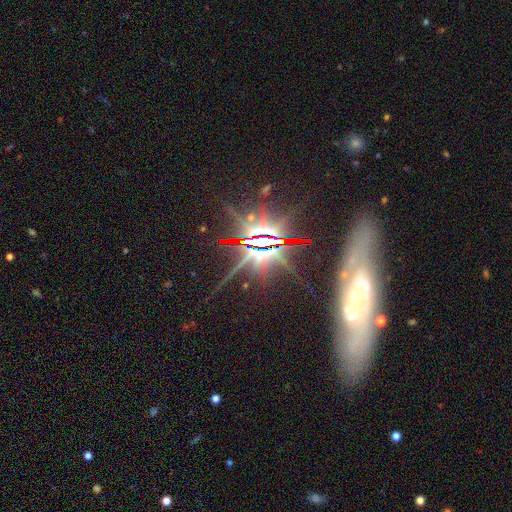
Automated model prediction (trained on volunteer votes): Morphology: type=star or artifact (64%).